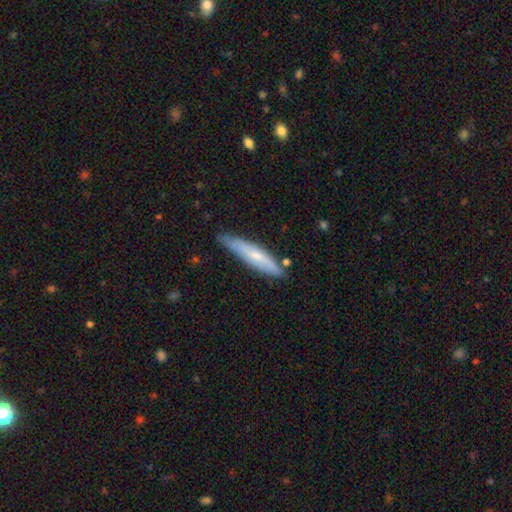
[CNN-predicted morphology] type=smooth (54%); roundness=cigar-shaped (85%); merging=none (73%).